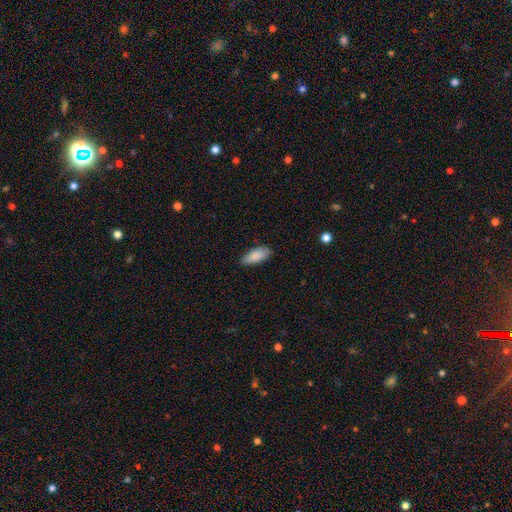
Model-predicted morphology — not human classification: smooth-or-featured: smooth: 87% | featured or disk: 7% | star or artifact: 6%
  how-rounded: in between: 81% | cigar-shaped: 17% | round: 2%
  merging: none: 80% | minor disturbance: 16% | major disturbance: 2% | merger: 1%